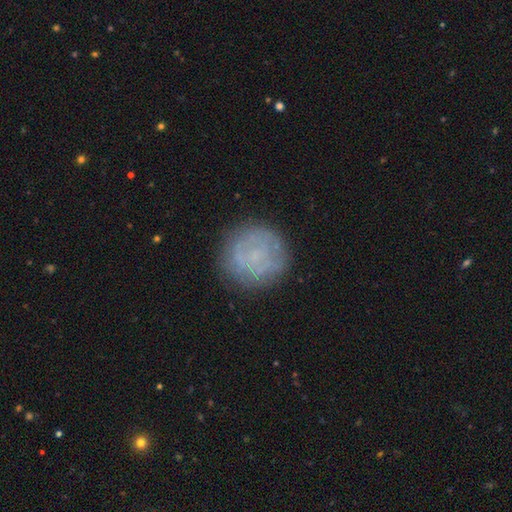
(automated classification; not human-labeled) A smooth galaxy with no disk features (46%). Merging: none (80%).